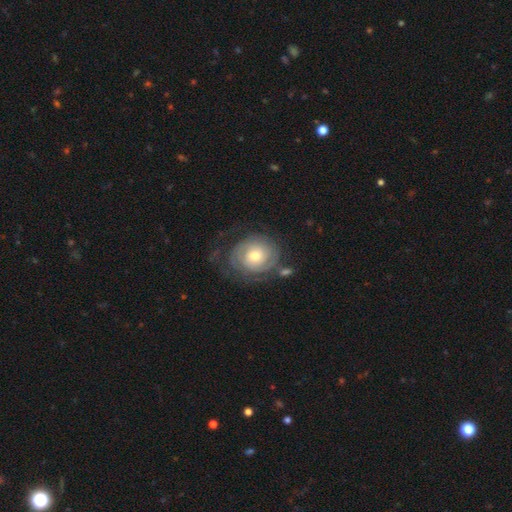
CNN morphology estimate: Overall: featured or disk (73%). Edge-on disk: no (97%). Bar: no (74%). Spiral arms: yes (89%). Spiral arm count: 2 (38%; can't tell 36%). Spiral winding: tight (72%). Bulge size: moderate (56%; small 36%). Merging: none (62%).